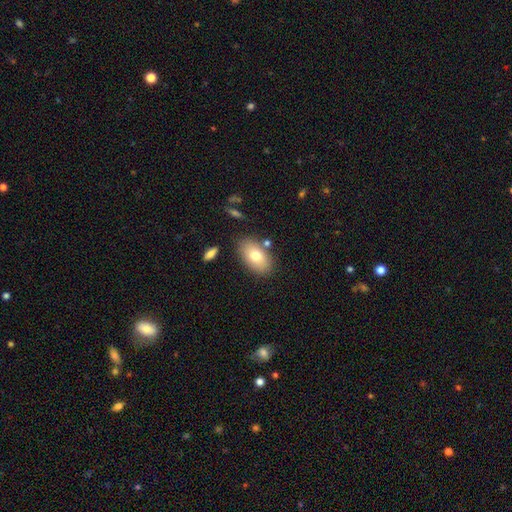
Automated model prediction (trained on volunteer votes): smooth_or_featured: smooth (p=0.74) [alt: featured or disk p=0.18]
how_rounded: in between (p=0.91) [alt: round p=0.07]
merging: none (p=0.81) [alt: minor disturbance p=0.11]